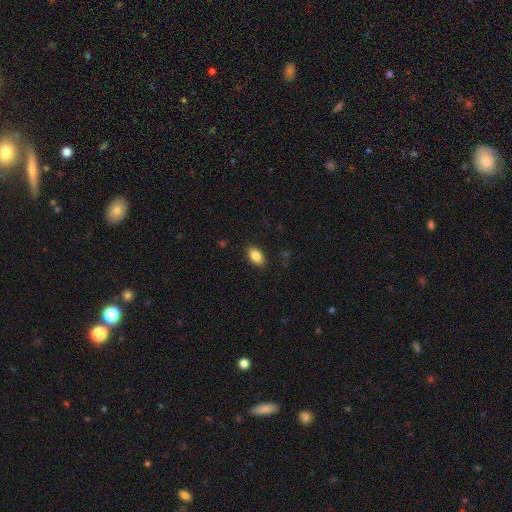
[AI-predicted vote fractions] Smooth or featured: smooth — 84% (featured or disk — 8%)
How rounded: in between — 91% (round — 7%)
Merging: none — 88% (minor disturbance — 9%)